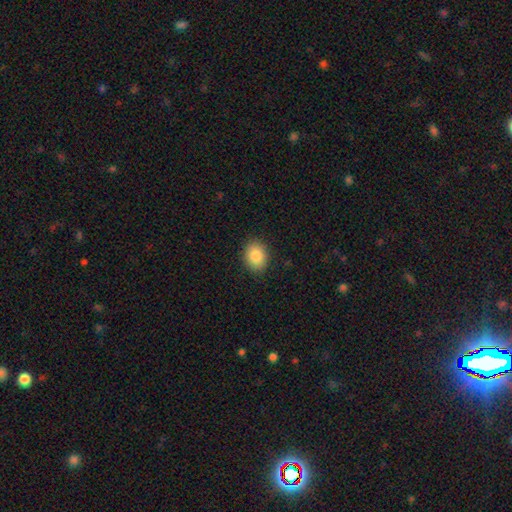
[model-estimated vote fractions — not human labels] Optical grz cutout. It shows a smooth galaxy with no disk features (87%) that is in between round and cigar-shaped (64%). Merging: none (88%).